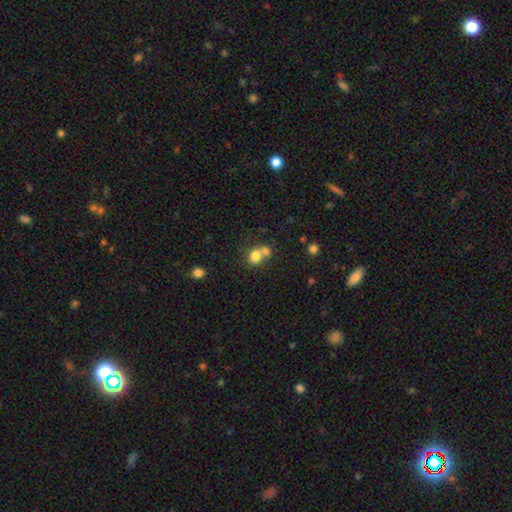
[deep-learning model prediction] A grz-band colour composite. It shows a smooth galaxy with no disk features (78%) that is round (68%). Merging: merger (50%).